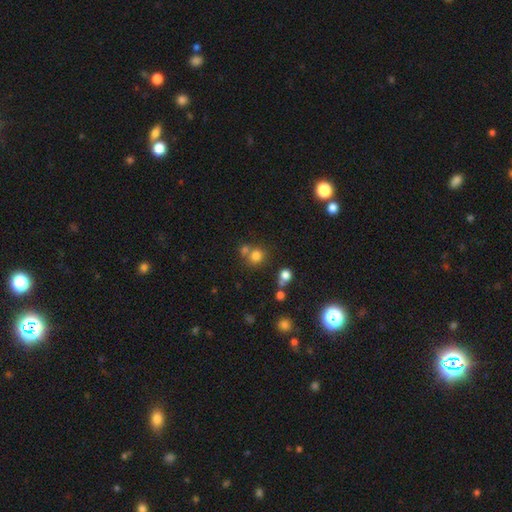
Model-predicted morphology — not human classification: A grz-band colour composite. It shows a smooth galaxy with no disk features (75%) that is round (83%). Merging: none (56%).